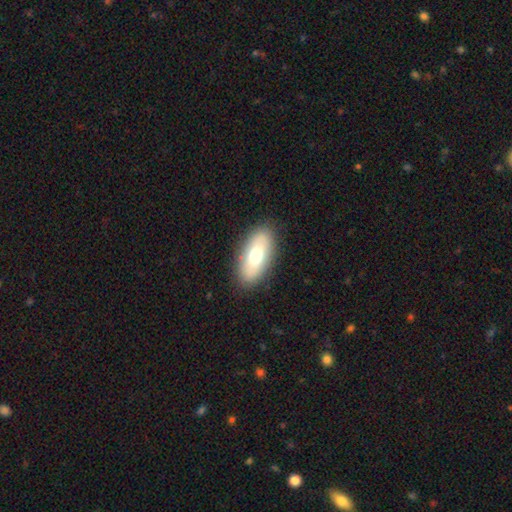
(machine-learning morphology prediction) This is likely a smooth galaxy (70%). How rounded: clearly in between (88%). Merging: clearly none (87%).